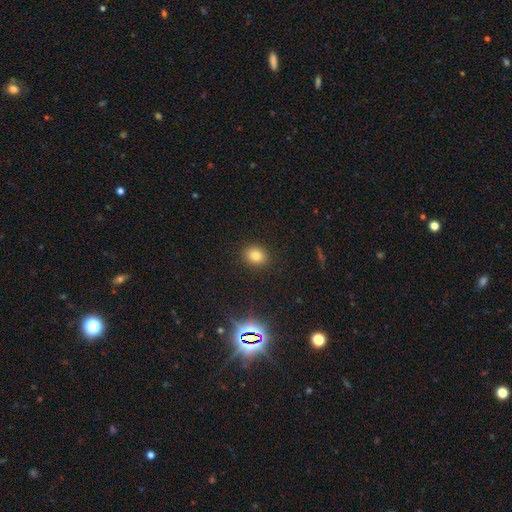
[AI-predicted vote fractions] Q: Smooth or featured?
A: smooth (78%); runner-up: star or artifact (14%)
Q: How rounded?
A: round (56%); runner-up: in between (43%)
Q: Merging?
A: none (89%); runner-up: minor disturbance (7%)